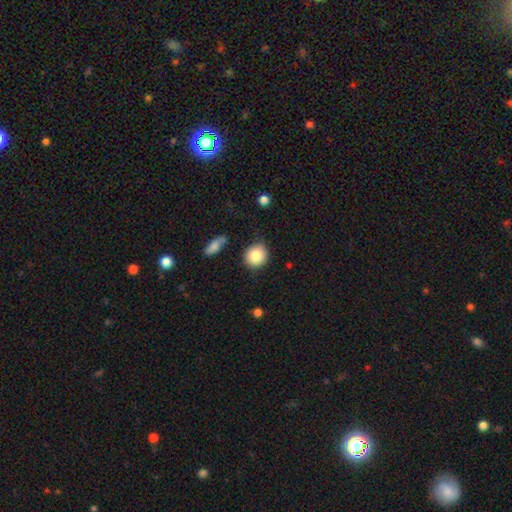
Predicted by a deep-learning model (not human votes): A smooth galaxy with no disk features (84%) that is round (81%).

Vote fractions:
- Smooth or featured? smooth: 84% / star or artifact: 8% / featured or disk: 8%
- How rounded? round: 81% / in between: 18% / cigar-shaped: 1%
- Merging? none: 85% / minor disturbance: 10% / merger: 3% / major disturbance: 3%